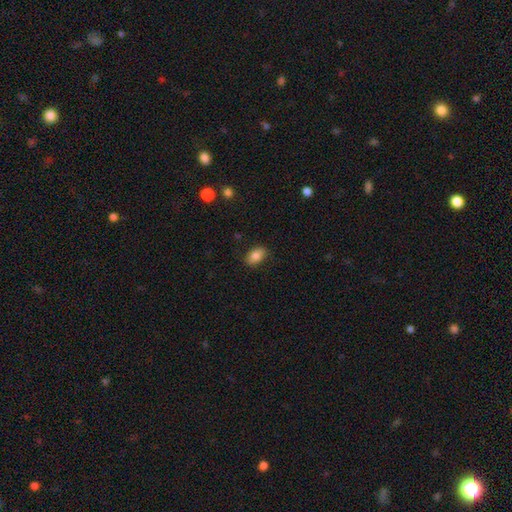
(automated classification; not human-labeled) This appears to be a smooth galaxy with no disk features (83%) that is in between round and cigar-shaped (87%). Merging: none (85%).